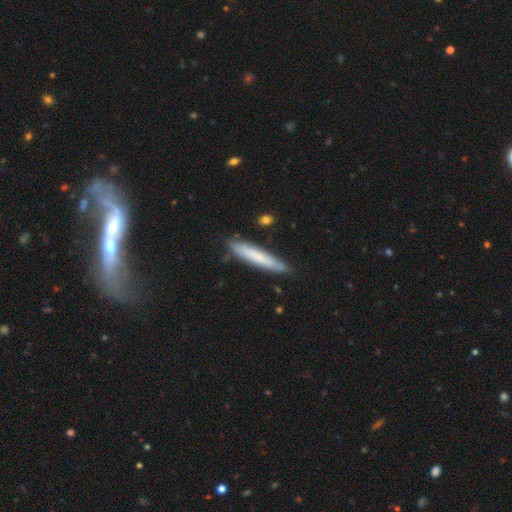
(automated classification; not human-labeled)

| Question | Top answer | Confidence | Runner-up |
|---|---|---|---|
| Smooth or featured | smooth | 68% | featured or disk (25%) |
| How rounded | cigar-shaped | 92% | in between (6%) |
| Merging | none | 81% | minor disturbance (15%) |